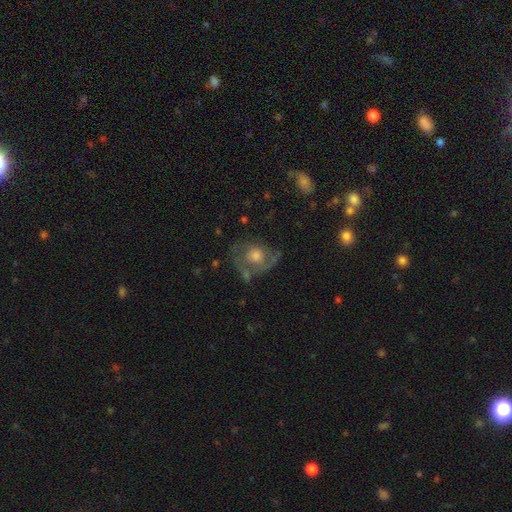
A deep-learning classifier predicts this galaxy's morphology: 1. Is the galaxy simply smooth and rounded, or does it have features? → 61% featured or disk, 29% smooth, 9% star or artifact.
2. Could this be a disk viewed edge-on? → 96% no, 4% yes.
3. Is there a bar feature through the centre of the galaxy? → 83% no, 14% weak, 2% strong.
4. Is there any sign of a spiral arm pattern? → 64% yes, 36% no.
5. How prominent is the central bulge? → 49% moderate, 32% large, 12% small, 4% none, 3% dominant.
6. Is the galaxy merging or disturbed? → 52% none, 22% minor disturbance, 21% major disturbance, 5% merger.